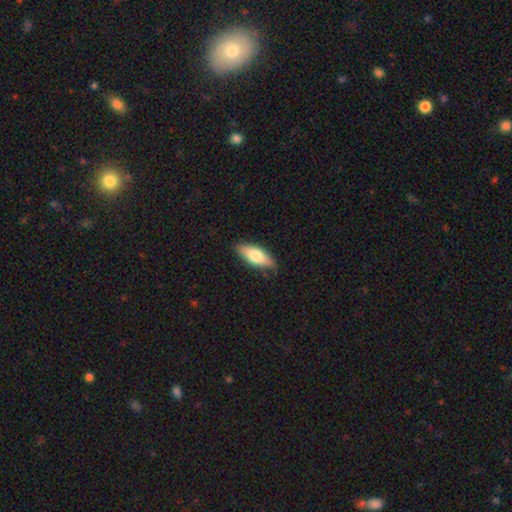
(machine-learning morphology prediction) Overall: smooth (70%). How rounded: in between (74%). Merging: none (78%).